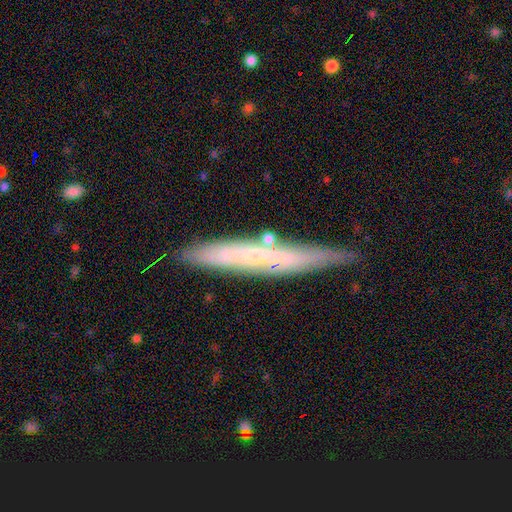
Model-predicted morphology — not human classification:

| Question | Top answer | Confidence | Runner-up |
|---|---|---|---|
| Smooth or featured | featured or disk | 54% | smooth (38%) |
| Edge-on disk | yes | 82% | no (18%) |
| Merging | none | 75% | minor disturbance (16%) |